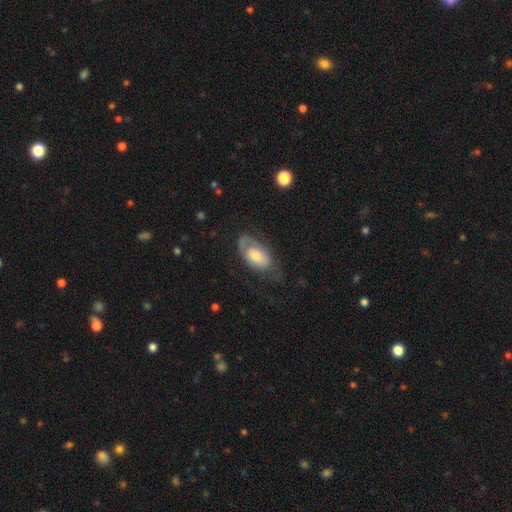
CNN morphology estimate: type=featured or disk (47%); merging=none (51%).